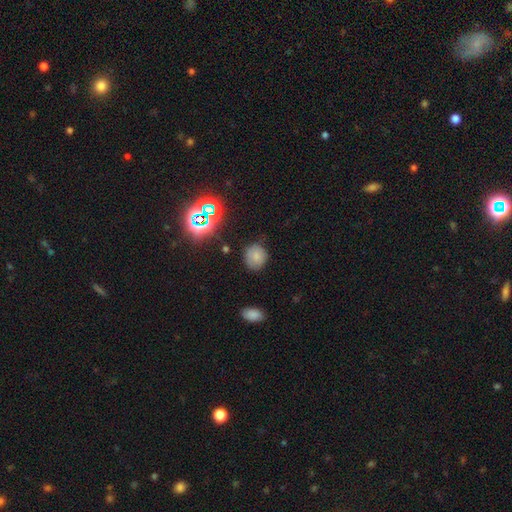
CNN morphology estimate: Smooth or featured?
  - smooth: 76% *
  - star or artifact: 15%
  - featured or disk: 8%
How rounded?
  - round: 77% *
  - in between: 22%
  - cigar-shaped: 1%
Merging?
  - none: 82% *
  - minor disturbance: 13%
  - major disturbance: 3%
  - merger: 2%